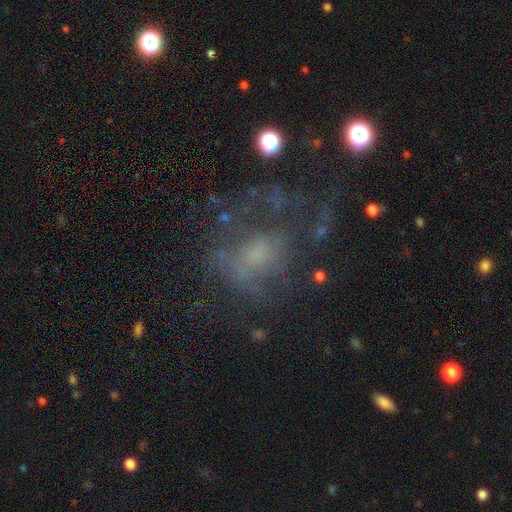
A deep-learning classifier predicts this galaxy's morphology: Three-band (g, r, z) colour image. It shows a featured or disk galaxy (50%). Merging: none (43%).